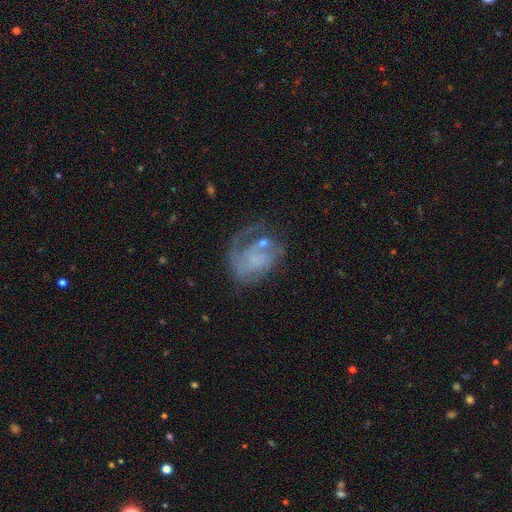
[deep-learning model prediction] Overall: featured or disk (62%; smooth 25%). Edge-on disk: no (98%). Bar: no (75%). Spiral arms: yes (62%; no 38%). Bulge size: none (57%; small 27%). Merging: none (40%; major disturbance 34%).